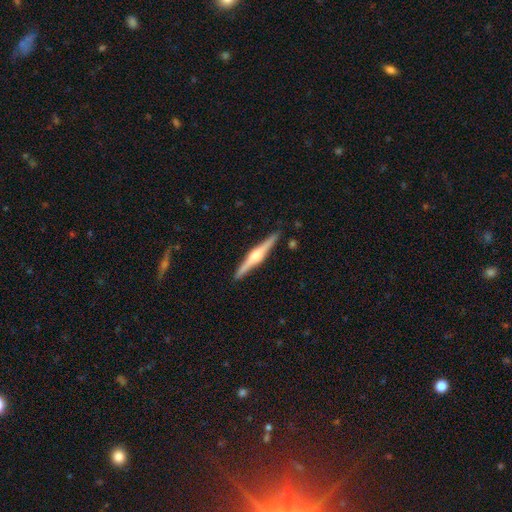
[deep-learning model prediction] Smooth or featured? featured or disk (78%)
Edge-on disk? yes (98%)
Edge-on bulge? rounded (87%)
Merging? none (91%)